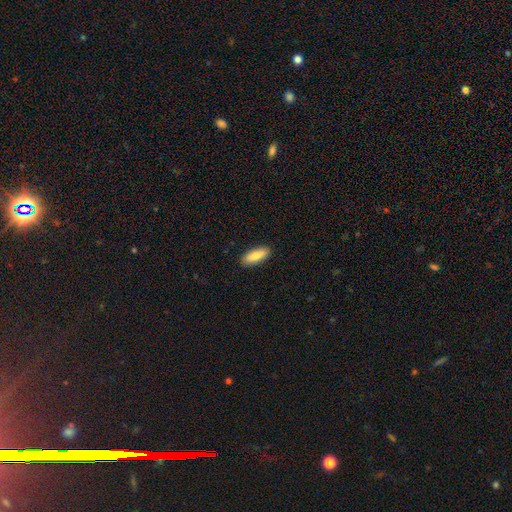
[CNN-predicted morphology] A smooth galaxy with no disk features (82%) that is in between round and cigar-shaped (69%). Merging: none (89%).